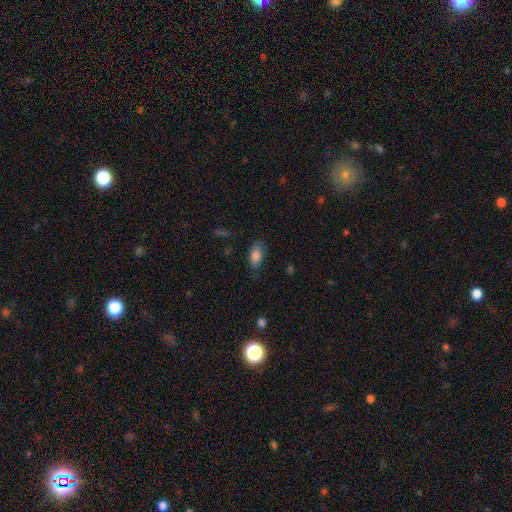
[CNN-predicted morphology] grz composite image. It shows a smooth galaxy with no disk features (83%) that is in between round and cigar-shaped (91%). Merging: none (70%).